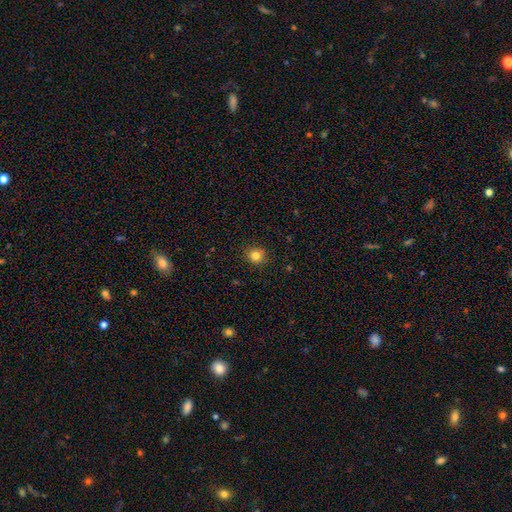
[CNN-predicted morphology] Smooth or featured: smooth — 82% (star or artifact — 12%)
How rounded: round — 86% (in between — 13%)
Merging: none — 90% (minor disturbance — 7%)